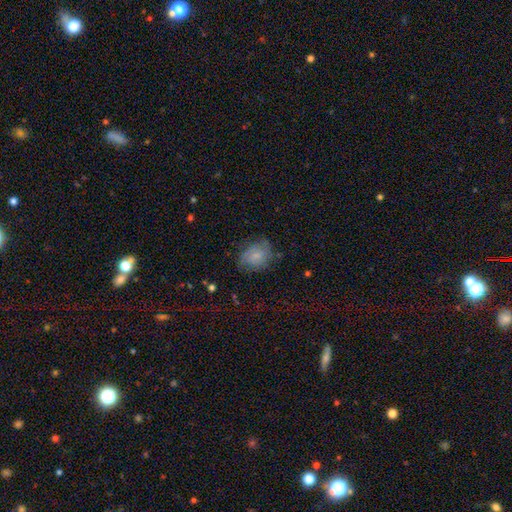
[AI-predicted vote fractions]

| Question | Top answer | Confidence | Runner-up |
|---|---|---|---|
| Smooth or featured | smooth | 65% | featured or disk (26%) |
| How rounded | in between | 60% | round (39%) |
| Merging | none | 63% | minor disturbance (26%) |